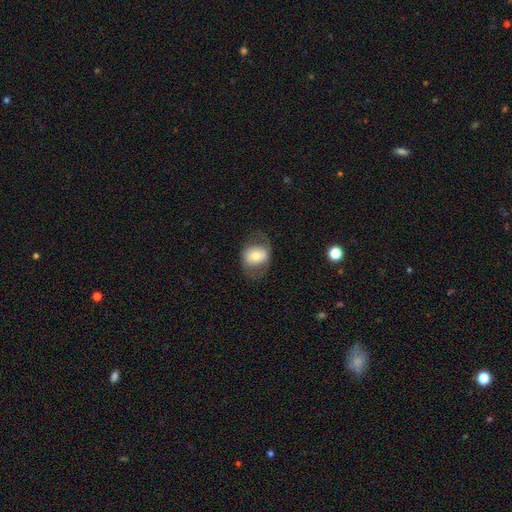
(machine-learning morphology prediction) A smooth galaxy with no disk features (51%) that is in between round and cigar-shaped (53%). Merging: none (65%).